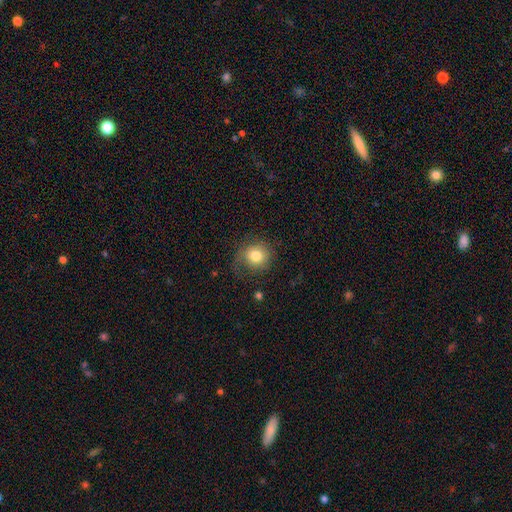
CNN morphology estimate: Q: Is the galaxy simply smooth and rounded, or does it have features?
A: smooth — 80%.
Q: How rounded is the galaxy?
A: round — 88%.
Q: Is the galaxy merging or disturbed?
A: none — 70%.